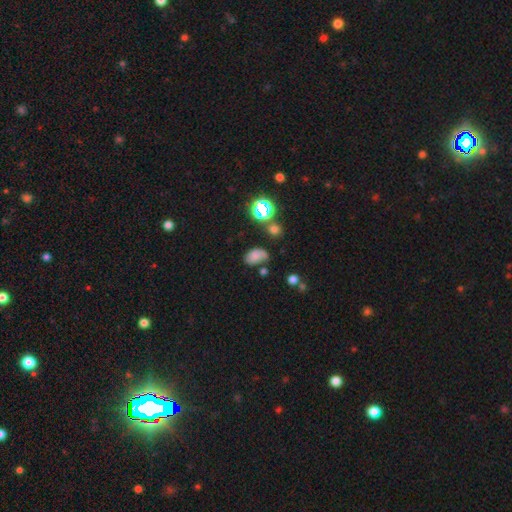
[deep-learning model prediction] Q: Smooth or featured?
A: smooth (62%); runner-up: star or artifact (20%)
Q: How rounded?
A: in between (84%); runner-up: round (15%)
Q: Merging?
A: none (50%); runner-up: minor disturbance (30%)